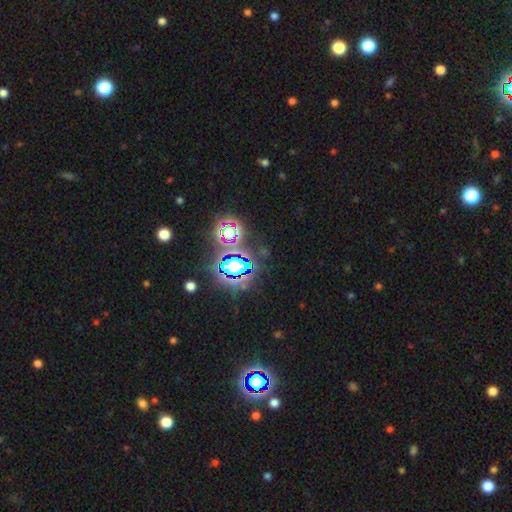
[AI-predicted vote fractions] Morphology: type=star or artifact (78%).